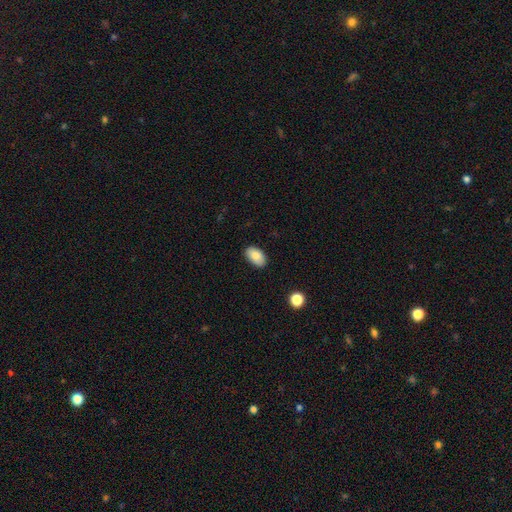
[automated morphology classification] type=smooth (83%); roundness=in between (94%); merging=none (86%).